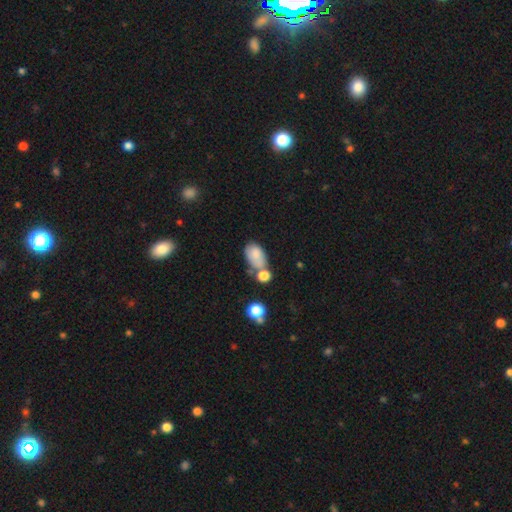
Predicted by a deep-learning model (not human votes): Smooth or featured? Predicted: smooth (p=0.78). How rounded? Predicted: in between (p=0.90). Merging? Predicted: none (p=0.42).